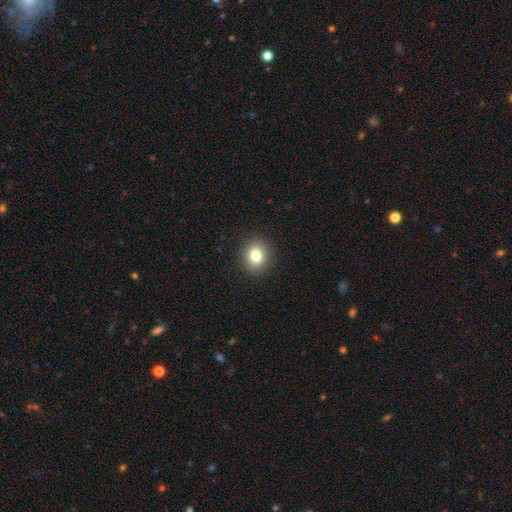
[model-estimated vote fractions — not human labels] This appears to be a smooth galaxy with no disk features (81%) that is round (71%). Merging: none (91%).